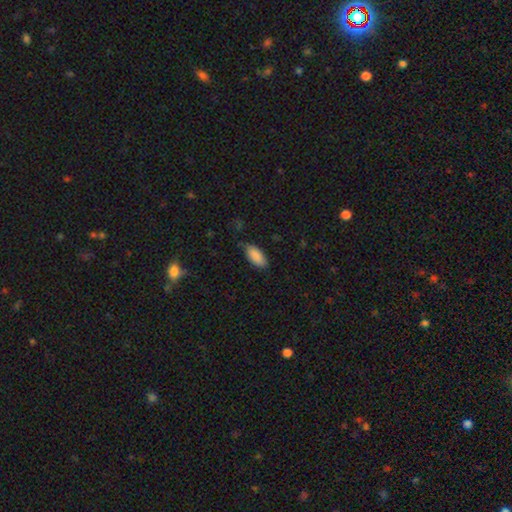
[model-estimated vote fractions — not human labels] The model was most divided on "merging": none: 74%, minor disturbance: 21%, major disturbance: 4%, merger: 1%. More confident: how rounded — in between (90%); smooth or featured — smooth (89%).